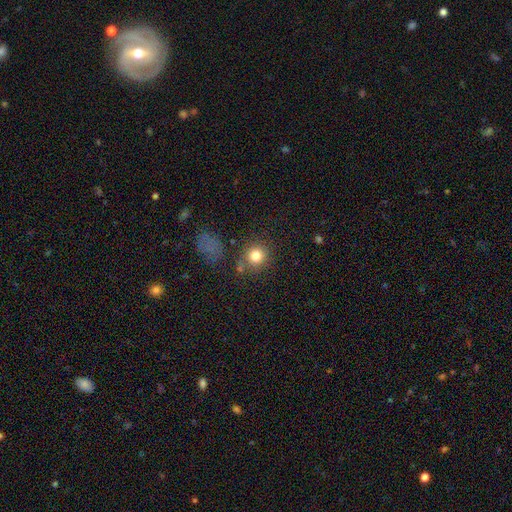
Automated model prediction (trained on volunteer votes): Morphology: type=smooth (81%); roundness=round (89%); merging=none (76%).